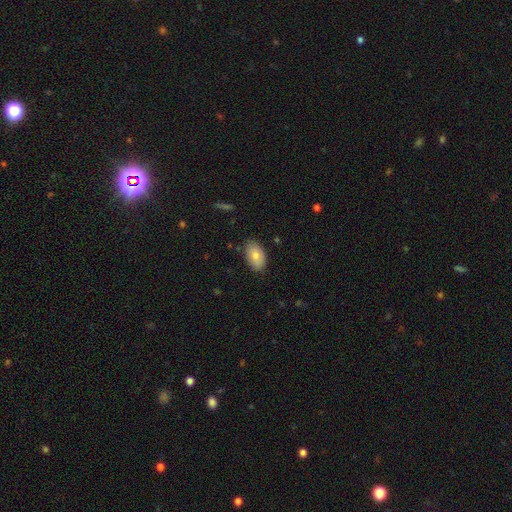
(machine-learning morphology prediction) type=smooth (78%); roundness=in between (93%); merging=none (83%).